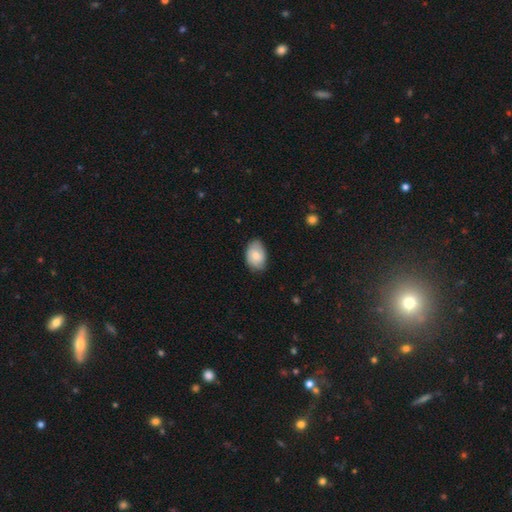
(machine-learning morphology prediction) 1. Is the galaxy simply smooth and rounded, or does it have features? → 72% smooth, 22% featured or disk, 6% star or artifact.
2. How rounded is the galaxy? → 85% in between, 14% round, 1% cigar-shaped.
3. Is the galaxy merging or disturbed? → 73% none, 22% minor disturbance, 3% major disturbance, 1% merger.